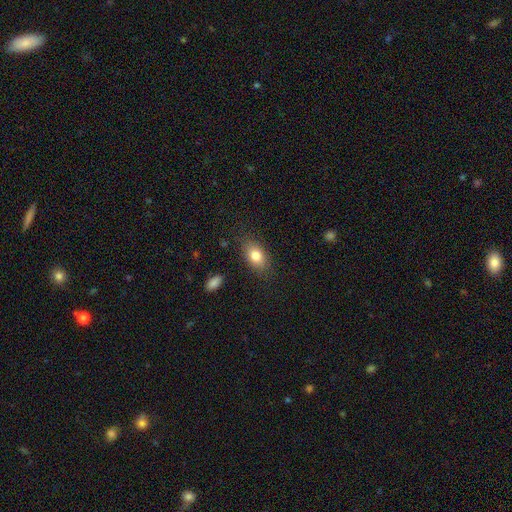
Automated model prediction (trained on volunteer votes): Smooth or featured?
  - smooth: 81% *
  - featured or disk: 11%
  - star or artifact: 8%
How rounded?
  - in between: 84% *
  - round: 14%
  - cigar-shaped: 2%
Merging?
  - none: 80% *
  - minor disturbance: 14%
  - major disturbance: 4%
  - merger: 2%